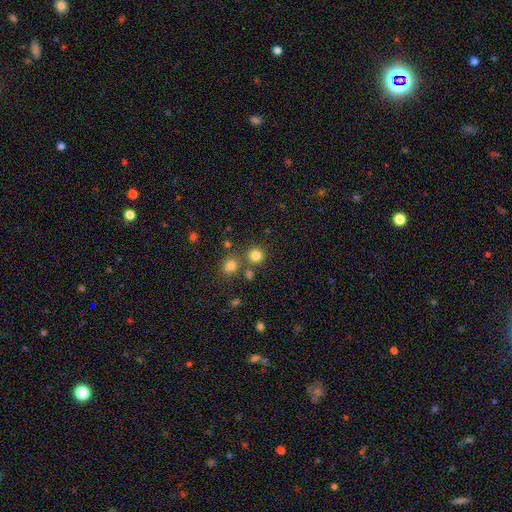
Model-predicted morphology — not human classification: Smooth or featured? Predicted: smooth (p=0.80). How rounded? Predicted: round (p=0.92). Merging? Predicted: none (p=0.77).